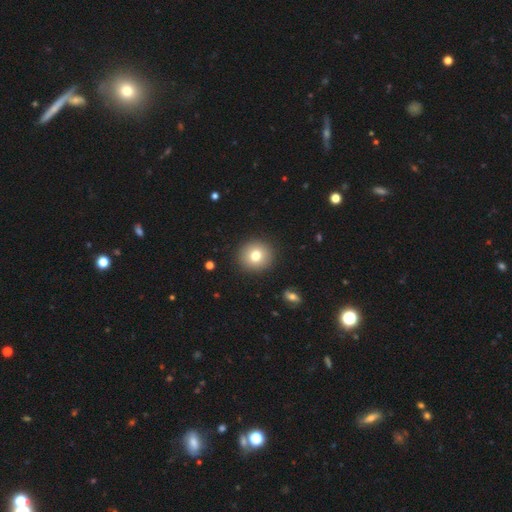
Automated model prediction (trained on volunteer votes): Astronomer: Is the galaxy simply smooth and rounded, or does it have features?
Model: smooth — 77%.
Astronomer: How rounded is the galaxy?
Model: round — 91%.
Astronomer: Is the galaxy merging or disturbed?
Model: none — 91%.